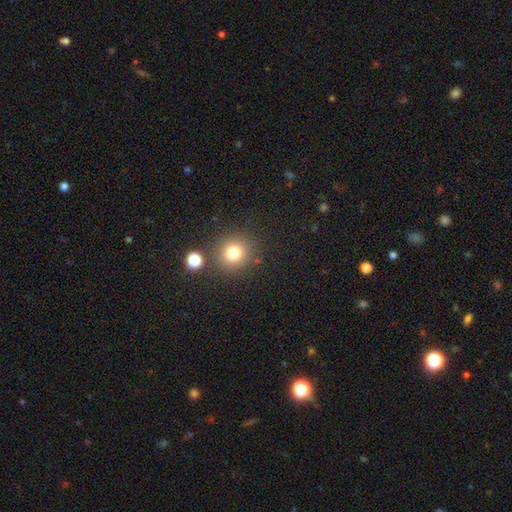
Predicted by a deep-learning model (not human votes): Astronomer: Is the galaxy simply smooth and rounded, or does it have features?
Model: smooth — 60%.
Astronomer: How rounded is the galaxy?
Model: round — 90%.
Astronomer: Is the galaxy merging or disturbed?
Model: none — 84%.